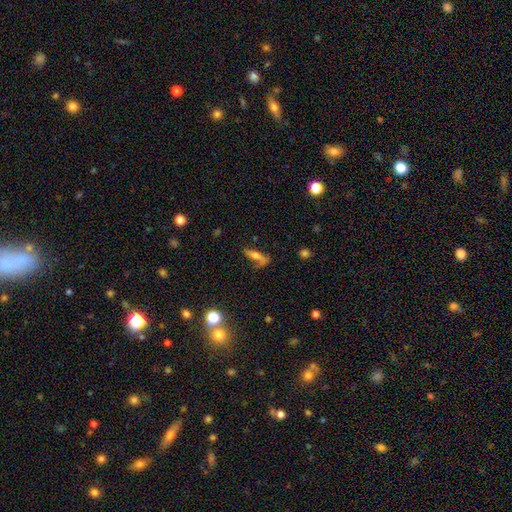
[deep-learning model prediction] smooth_or_featured: smooth (p=0.46) [alt: featured or disk p=0.42]
merging: none (p=0.46) [alt: minor disturbance p=0.24]